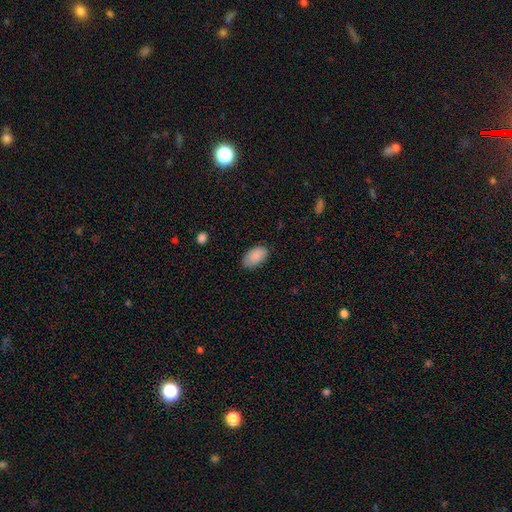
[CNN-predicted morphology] smooth 89%, star or artifact 7%, featured or disk 4%. Down the decision tree: how rounded — in between (95%); merging — none (83%).